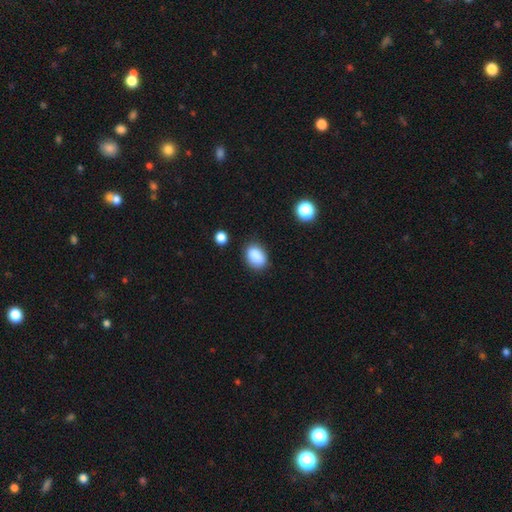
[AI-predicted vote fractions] The model was most divided on "merging": none: 79%, minor disturbance: 15%, major disturbance: 3%, merger: 3%. More confident: smooth or featured — smooth (87%); how rounded — in between (81%).